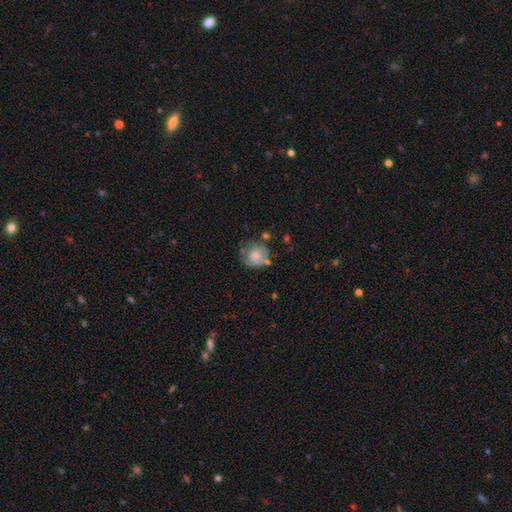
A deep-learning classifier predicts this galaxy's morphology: Q: Smooth or featured?
A: smooth (63%); runner-up: featured or disk (29%)
Q: How rounded?
A: round (82%); runner-up: in between (17%)
Q: Merging?
A: none (51%); runner-up: minor disturbance (27%)